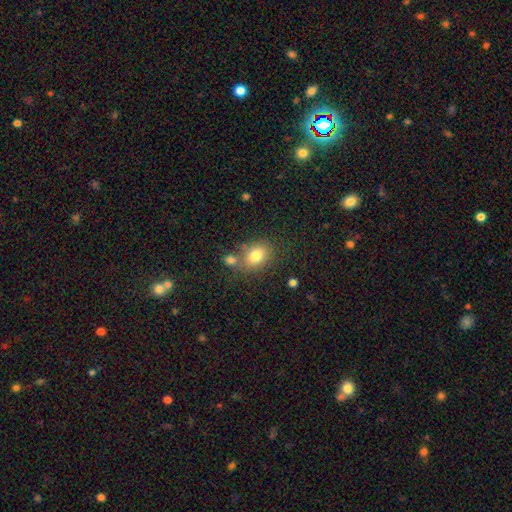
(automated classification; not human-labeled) This appears to be a smooth galaxy with no disk features (79%) that is in between round and cigar-shaped (68%). Merging: none (61%).